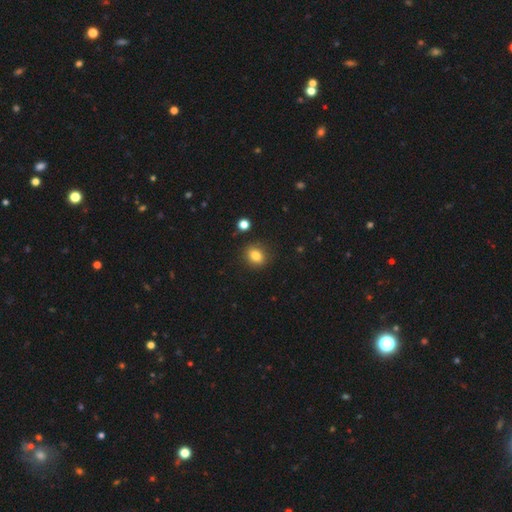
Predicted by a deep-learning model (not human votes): Smooth or featured? smooth (83%)
How rounded? round (57%)
Merging? none (86%)